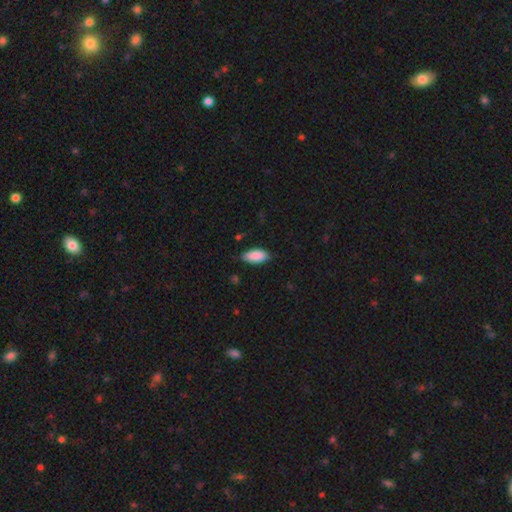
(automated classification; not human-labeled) Smooth or featured? smooth (88%)
How rounded? in between (91%)
Merging? none (79%)